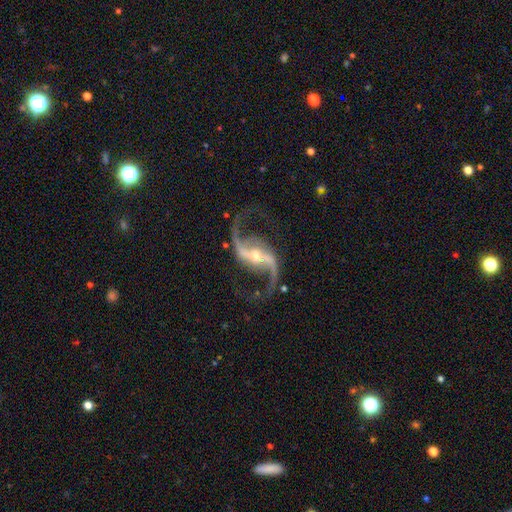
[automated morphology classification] Overall: featured or disk (94%). Edge-on disk: no (97%). Bar: strong (57%; weak 29%). Spiral arms: yes (98%). Spiral arm count: 2 (95%). Spiral winding: loose (65%; medium 30%). Bulge size: small (51%; moderate 44%). Merging: none (81%).